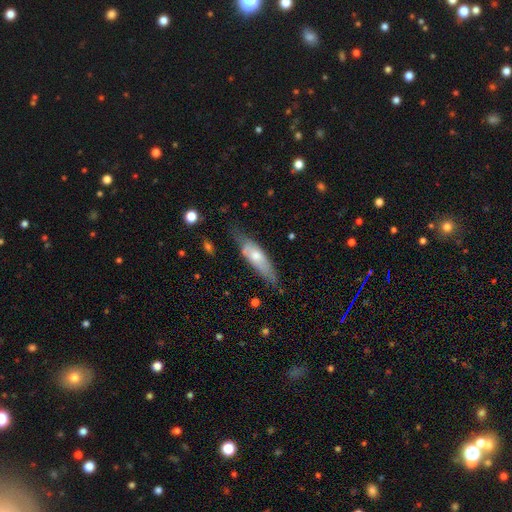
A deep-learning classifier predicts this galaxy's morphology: A smooth galaxy with no disk features (57%) that is cigar-shaped (51%).

Vote fractions:
- Smooth or featured? smooth: 57% / featured or disk: 36% / star or artifact: 6%
- How rounded? cigar-shaped: 51% / in between: 47% / round: 2%
- Merging? none: 54% / minor disturbance: 32% / major disturbance: 10% / merger: 4%